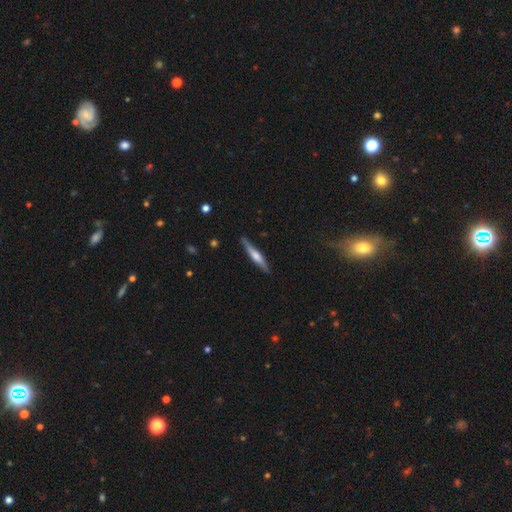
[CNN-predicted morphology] Smooth or featured? featured or disk (55%)
Edge-on disk? yes (96%)
Edge-on bulge? rounded (71%)
Merging? none (87%)